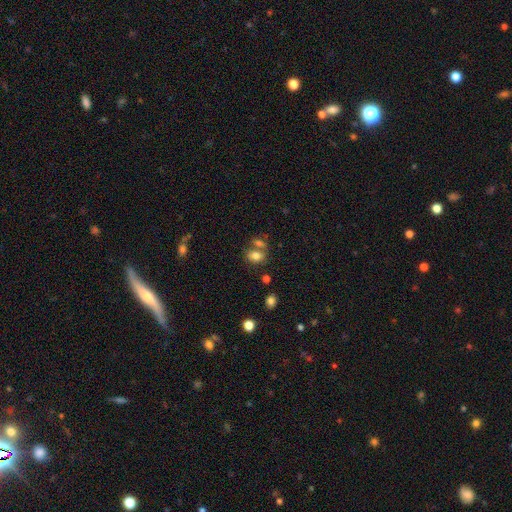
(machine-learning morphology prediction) Smooth or featured?
  - smooth: 78% *
  - featured or disk: 11%
  - star or artifact: 11%
How rounded?
  - in between: 71% *
  - round: 27%
  - cigar-shaped: 2%
Merging?
  - none: 49% *
  - merger: 35%
  - minor disturbance: 12%
  - major disturbance: 5%